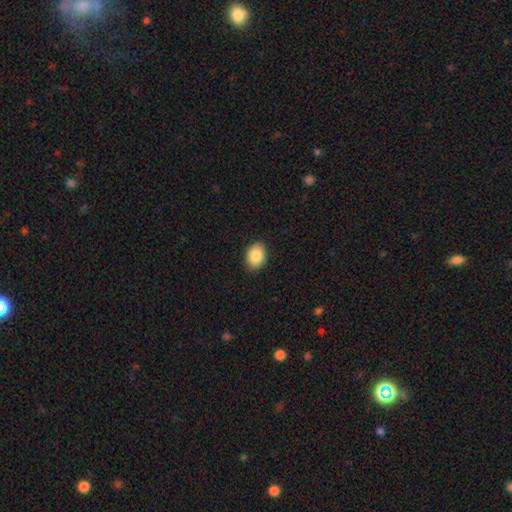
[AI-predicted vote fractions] smooth 86%, star or artifact 8%, featured or disk 6%. Down the decision tree: how rounded — in between (71%); merging — none (89%).